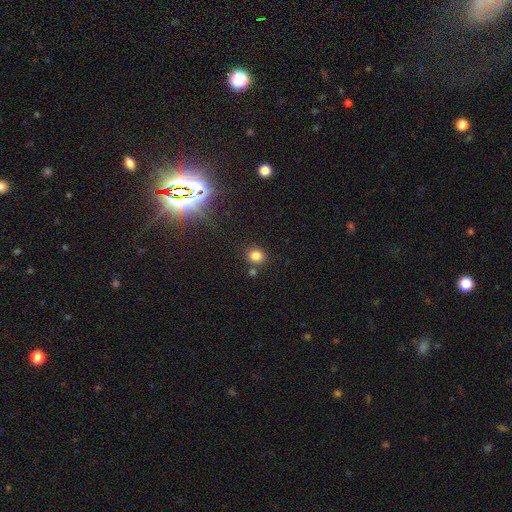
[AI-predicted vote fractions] Smooth or featured: smooth — 81% (star or artifact — 14%)
How rounded: round — 75% (in between — 24%)
Merging: none — 76% (merger — 11%)